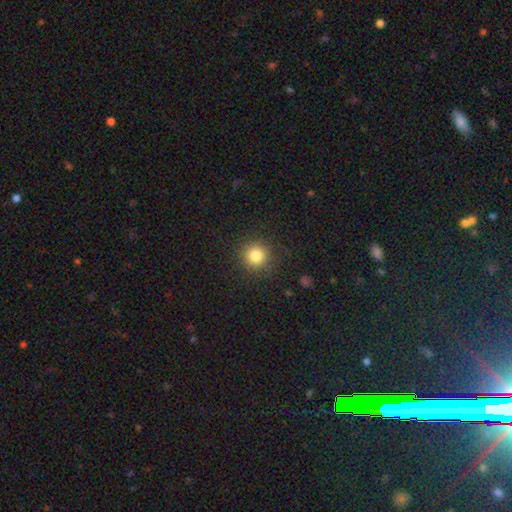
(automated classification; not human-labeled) Smooth or featured?
  - smooth: 82% *
  - star or artifact: 12%
  - featured or disk: 6%
How rounded?
  - round: 94% *
  - in between: 5%
  - cigar-shaped: 1%
Merging?
  - none: 88% *
  - minor disturbance: 8%
  - major disturbance: 3%
  - merger: 1%